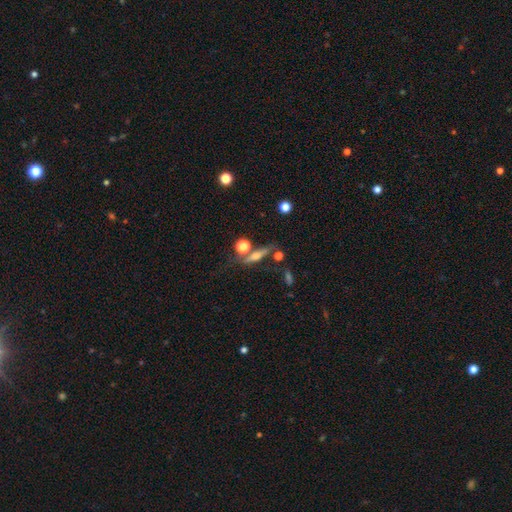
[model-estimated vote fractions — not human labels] A featured or disk galaxy (46%). Merging: none (65%).